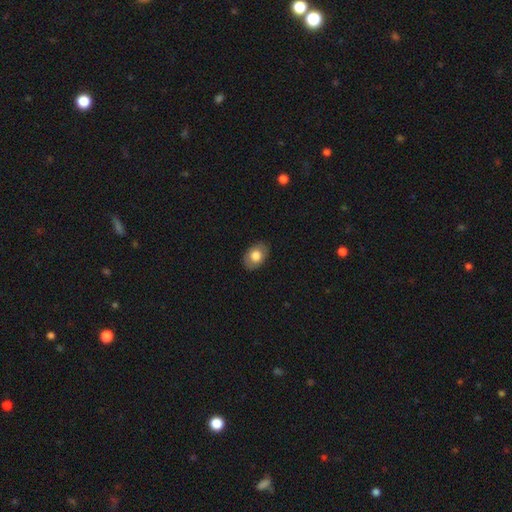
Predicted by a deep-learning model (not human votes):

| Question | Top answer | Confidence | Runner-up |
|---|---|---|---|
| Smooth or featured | smooth | 73% | featured or disk (21%) |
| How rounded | in between | 81% | round (18%) |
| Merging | none | 85% | minor disturbance (12%) |